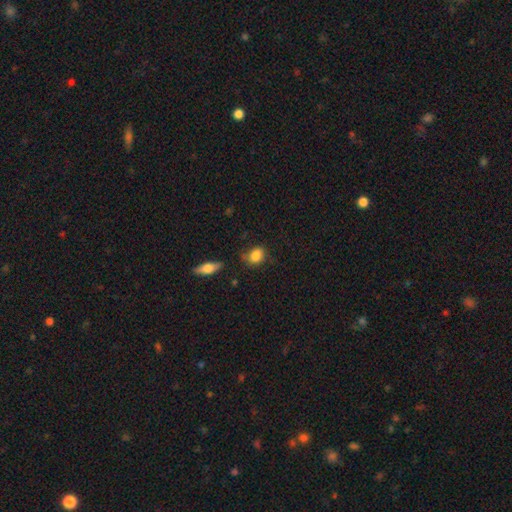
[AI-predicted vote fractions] Smooth or featured?
  - smooth: 83% *
  - featured or disk: 8%
  - star or artifact: 8%
How rounded?
  - in between: 63% *
  - round: 35%
  - cigar-shaped: 2%
Merging?
  - none: 61% *
  - minor disturbance: 27%
  - major disturbance: 7%
  - merger: 5%